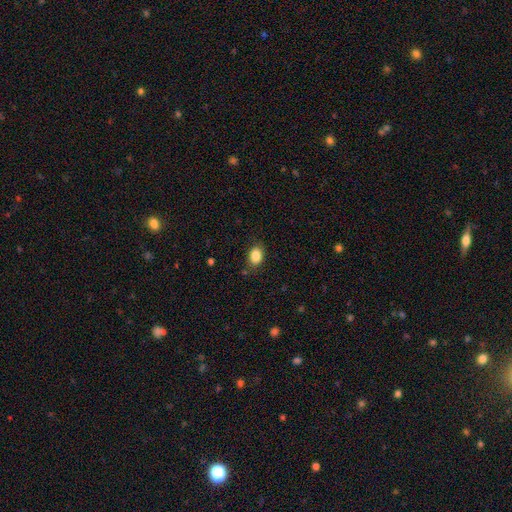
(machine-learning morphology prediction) smooth-or-featured: smooth: 87% | star or artifact: 9% | featured or disk: 5%
  how-rounded: in between: 78% | round: 20% | cigar-shaped: 1%
  merging: none: 83% | minor disturbance: 12% | major disturbance: 3% | merger: 2%